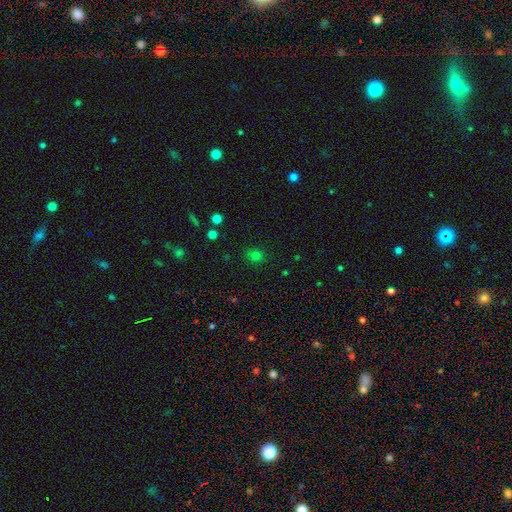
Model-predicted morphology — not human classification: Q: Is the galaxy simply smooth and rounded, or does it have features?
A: smooth — 75%.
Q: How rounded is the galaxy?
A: round — 79%.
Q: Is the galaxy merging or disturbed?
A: none — 85%.